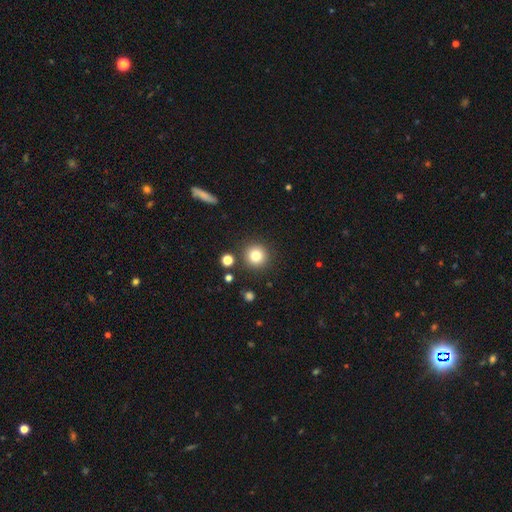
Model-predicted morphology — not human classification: type=smooth (81%); roundness=round (94%); merging=none (88%).